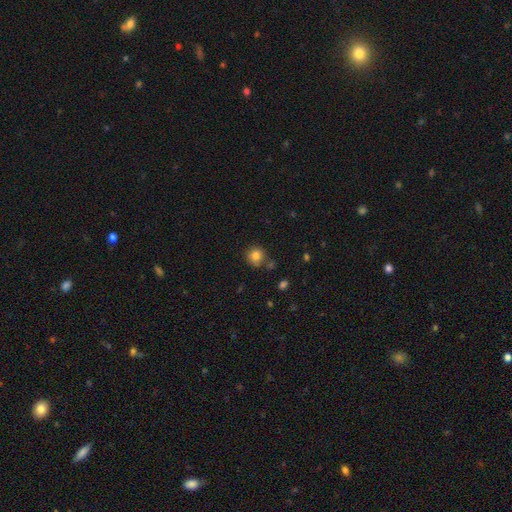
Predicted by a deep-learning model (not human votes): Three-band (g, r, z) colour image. It shows a smooth galaxy with no disk features (81%) that is round (92%). Merging: none (77%).